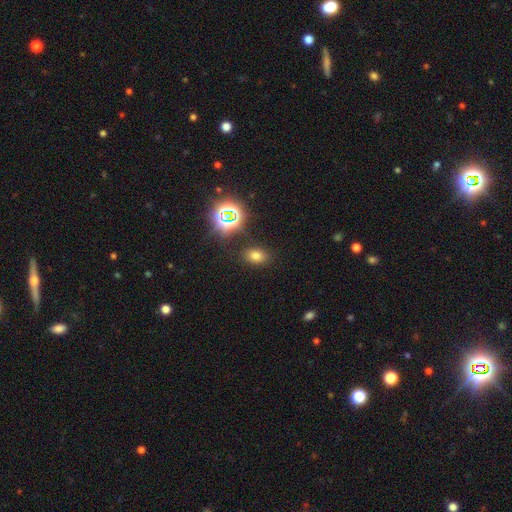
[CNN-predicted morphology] smooth 68%, star or artifact 25%, featured or disk 8%. Down the decision tree: how rounded — in between (75%); merging — none (85%).